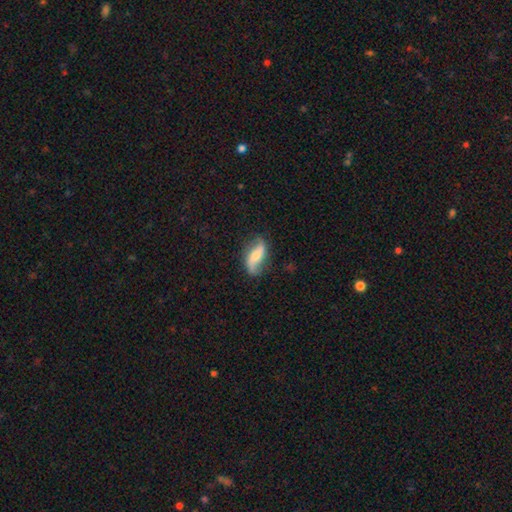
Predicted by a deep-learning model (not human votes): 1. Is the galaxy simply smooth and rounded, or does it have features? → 69% featured or disk, 24% smooth, 6% star or artifact.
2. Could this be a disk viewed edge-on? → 92% no, 8% yes.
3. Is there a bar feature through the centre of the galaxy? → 43% no, 31% weak, 26% strong.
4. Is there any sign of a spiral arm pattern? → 92% yes, 8% no.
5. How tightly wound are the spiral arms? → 82% loose, 13% medium, 5% tight.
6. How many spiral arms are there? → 91% 2, 3% 1, 3% can't tell, 1% 3, 1% 4, 1% more than 4.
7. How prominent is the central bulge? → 46% small, 41% moderate, 7% none, 5% large, 2% dominant.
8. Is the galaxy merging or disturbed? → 74% none, 18% minor disturbance, 6% major disturbance, 2% merger.